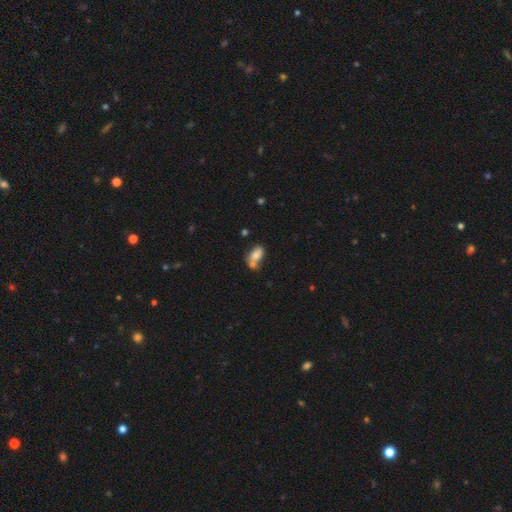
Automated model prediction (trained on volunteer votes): Smooth or featured?
  - smooth: 73% *
  - featured or disk: 18%
  - star or artifact: 10%
How rounded?
  - in between: 86% *
  - round: 11%
  - cigar-shaped: 3%
Merging?
  - merger: 44% *
  - none: 33%
  - minor disturbance: 16%
  - major disturbance: 7%